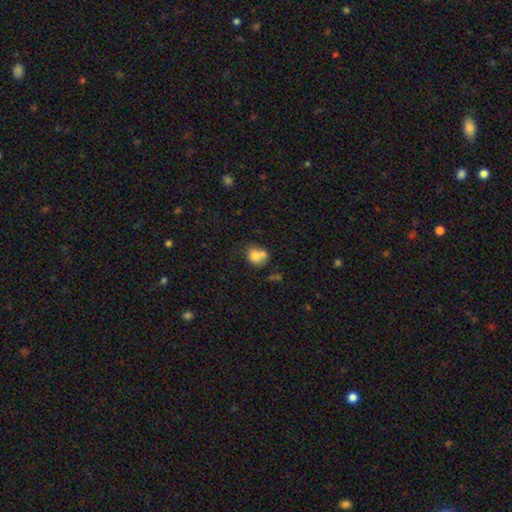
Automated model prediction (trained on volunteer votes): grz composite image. It shows a smooth galaxy with no disk features (74%) that is round (63%). Merging: merger (46%).